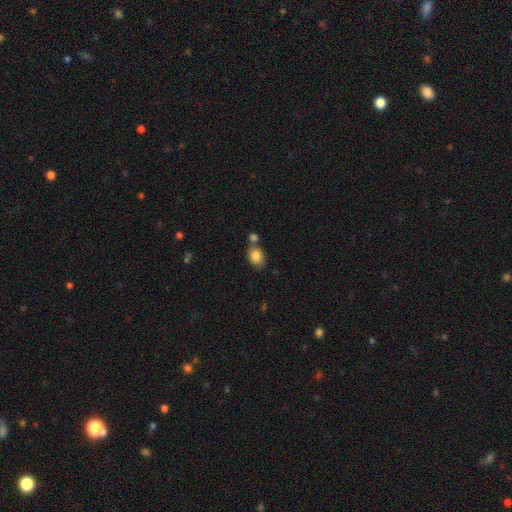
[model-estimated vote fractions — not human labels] Q: Smooth or featured?
A: smooth (84%); runner-up: star or artifact (9%)
Q: How rounded?
A: in between (67%); runner-up: round (32%)
Q: Merging?
A: none (56%); runner-up: merger (25%)